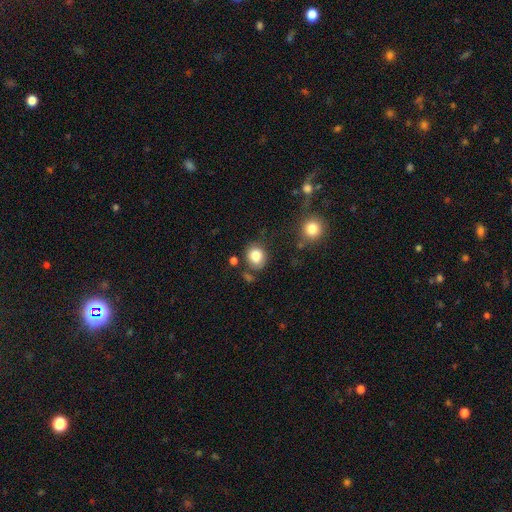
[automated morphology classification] This is clearly a smooth galaxy (84%). How rounded: likely round (70%). Merging: likely none (73%).